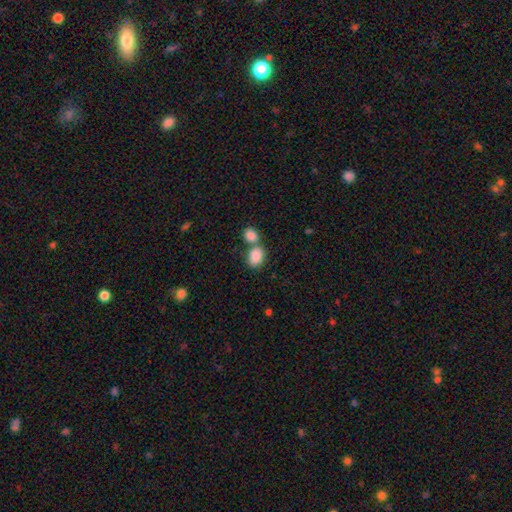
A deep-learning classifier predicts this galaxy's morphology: This appears to be a smooth galaxy with no disk features (87%) that is in between round and cigar-shaped (77%). Merging: merger (49%).